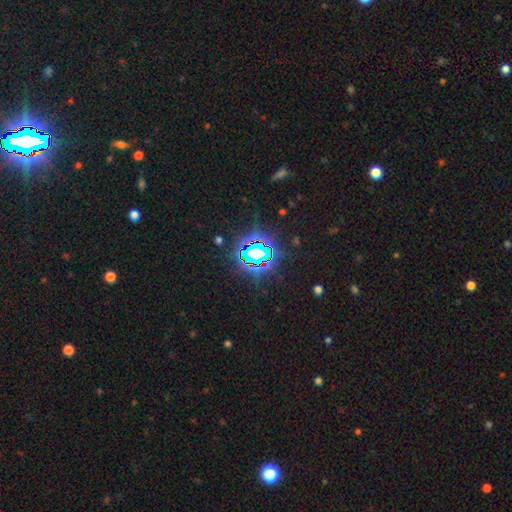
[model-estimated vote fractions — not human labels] This is likely a star or artifact rather than a galaxy (77%).